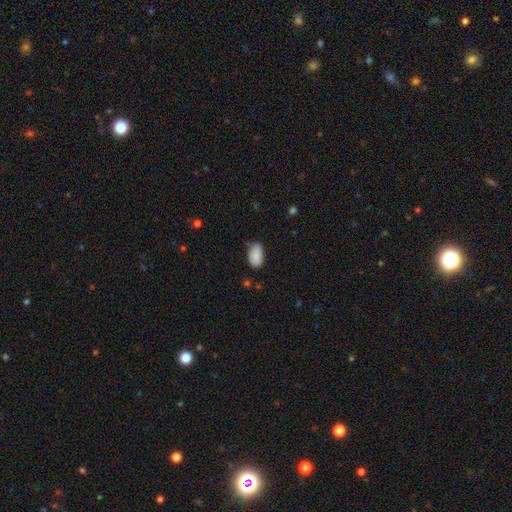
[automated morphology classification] Smooth or featured?
  - smooth: 88% *
  - star or artifact: 7%
  - featured or disk: 5%
How rounded?
  - in between: 94% *
  - round: 5%
  - cigar-shaped: 2%
Merging?
  - none: 72% *
  - minor disturbance: 22%
  - major disturbance: 4%
  - merger: 2%